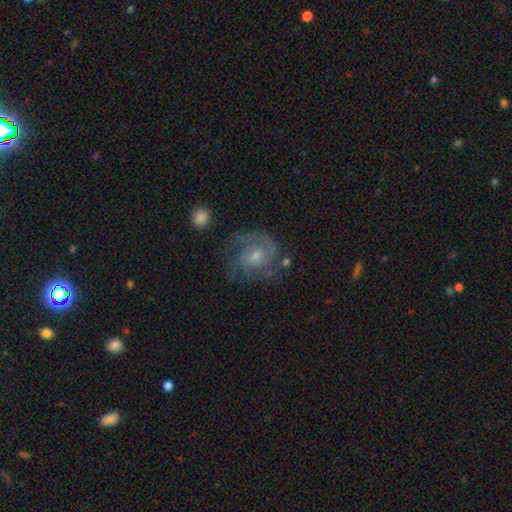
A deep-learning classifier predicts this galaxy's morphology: smooth_or_featured: featured or disk (p=0.75) [alt: smooth p=0.16]
disk_edge_on: no (p=0.97) [alt: yes p=0.03]
bar: no (p=0.52) [alt: weak p=0.42]
has_spiral_arms: yes (p=0.91) [alt: no p=0.09]
spiral_winding: tight (p=0.47) [alt: medium p=0.41]
spiral_arm_count: 2 (p=0.49) [alt: can't tell p=0.24]
bulge_size: small (p=0.52) [alt: moderate p=0.40]
merging: none (p=0.66) [alt: minor disturbance p=0.19]